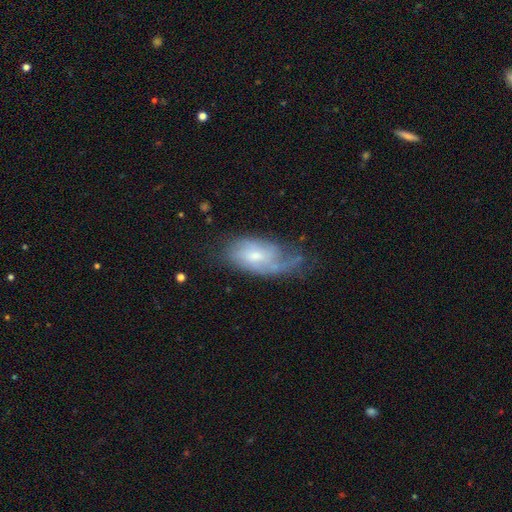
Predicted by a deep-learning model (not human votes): Smooth or featured: featured or disk — 61% (smooth — 32%)
Edge-on disk: no — 92% (yes — 8%)
Bar: no — 56% (weak — 38%)
Spiral arms: yes — 81% (no — 19%)
Bulge size: small — 47% (moderate — 43%)
Merging: none — 38% (minor disturbance — 31%)